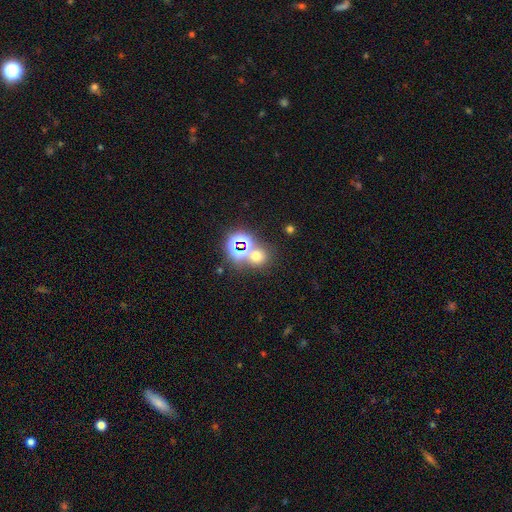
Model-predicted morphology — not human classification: smooth_or_featured: smooth (p=0.54) [alt: star or artifact p=0.38]
how_rounded: round (p=0.81) [alt: in between p=0.18]
merging: none (p=0.66) [alt: merger p=0.22]